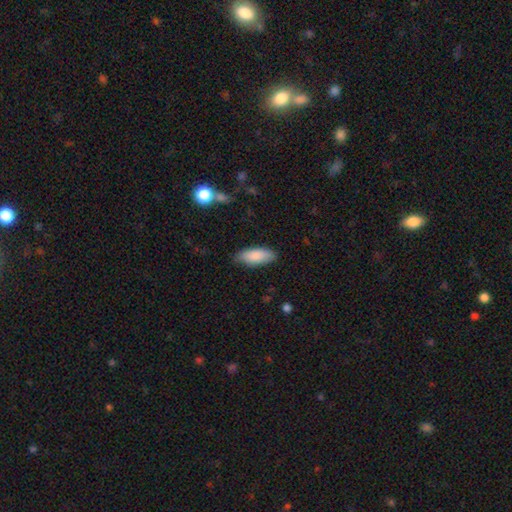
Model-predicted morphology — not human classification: This appears to be a smooth galaxy with no disk features (86%) that is in between round and cigar-shaped (79%). Merging: none (83%).